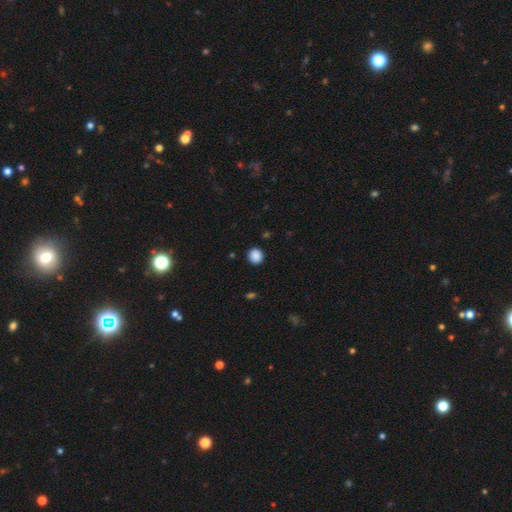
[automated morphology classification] This appears to be a smooth galaxy with no disk features (89%) that is round (87%). Merging: none (91%).